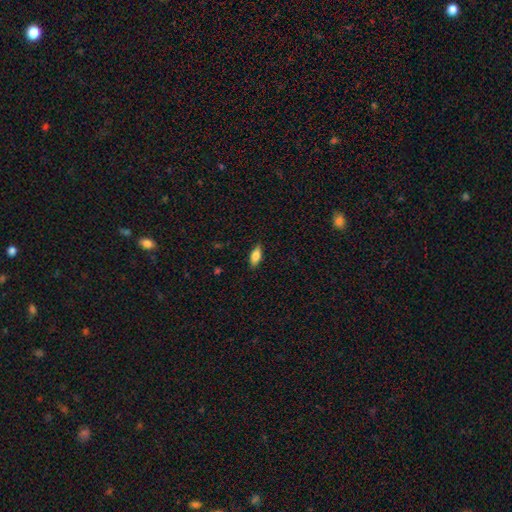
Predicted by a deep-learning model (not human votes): smooth 78%, featured or disk 15%, star or artifact 7%. Down the decision tree: how rounded — in between (83%); merging — none (86%).